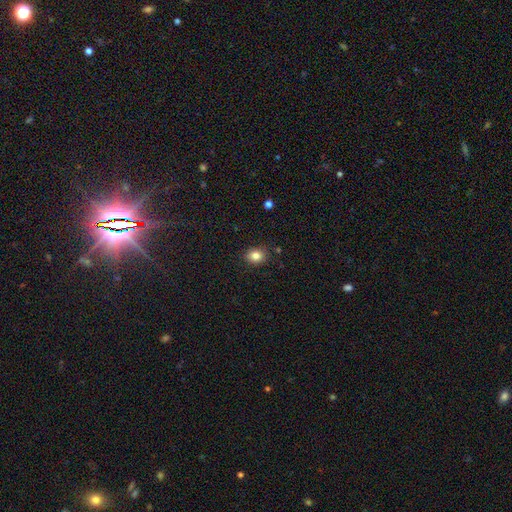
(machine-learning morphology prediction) Smooth or featured?
  - smooth: 83% *
  - star or artifact: 11%
  - featured or disk: 6%
How rounded?
  - round: 54% *
  - in between: 45%
  - cigar-shaped: 1%
Merging?
  - none: 87% *
  - minor disturbance: 9%
  - major disturbance: 2%
  - merger: 1%